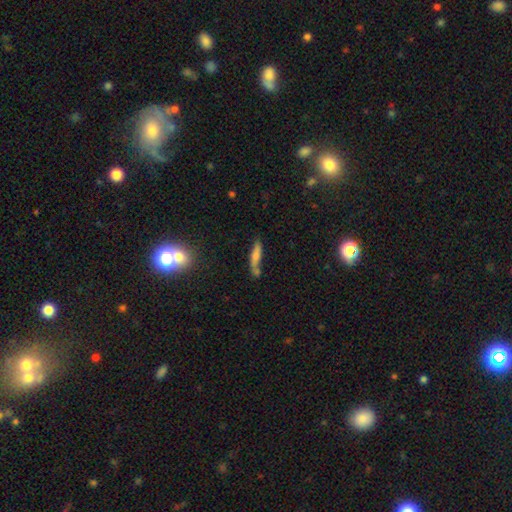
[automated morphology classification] A smooth galaxy with no disk features (51%) that is cigar-shaped (79%). Merging: none (62%).